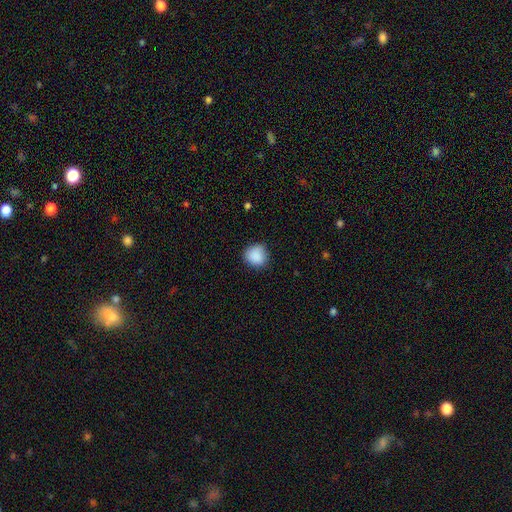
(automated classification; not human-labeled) smooth_or_featured: smooth (p=0.89) [alt: star or artifact p=0.08]
how_rounded: round (p=0.84) [alt: in between p=0.15]
merging: none (p=0.80) [alt: minor disturbance p=0.16]